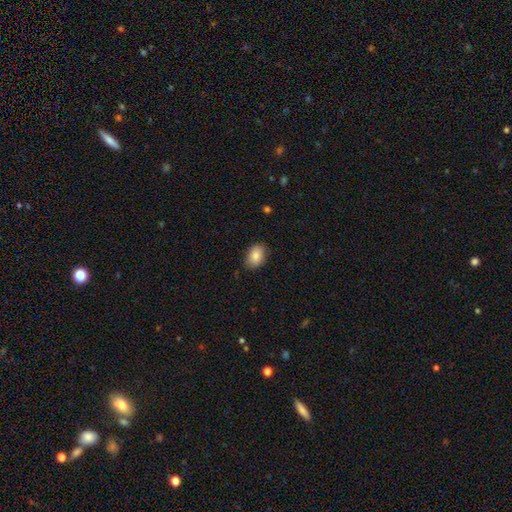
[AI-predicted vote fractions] The model was most divided on "how rounded": in between: 83%, round: 16%, cigar-shaped: 1%. More confident: smooth or featured — smooth (86%); merging — none (83%).